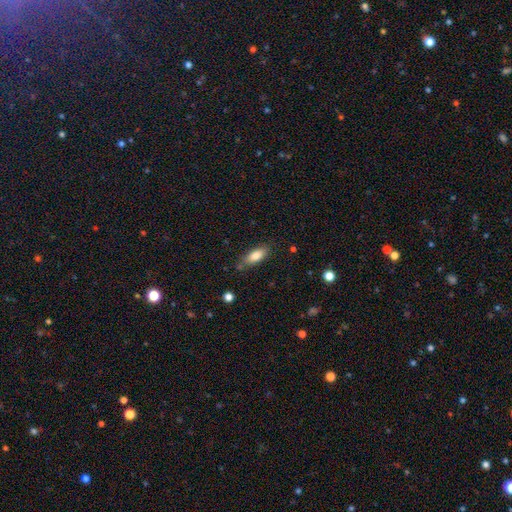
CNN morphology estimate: Smooth or featured? smooth (80%)
How rounded? in between (75%)
Merging? none (73%)